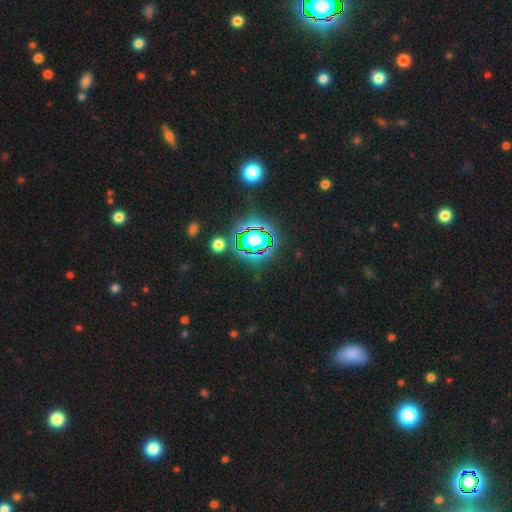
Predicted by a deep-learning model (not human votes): smooth_or_featured: star or artifact (p=0.80) [alt: smooth p=0.13]